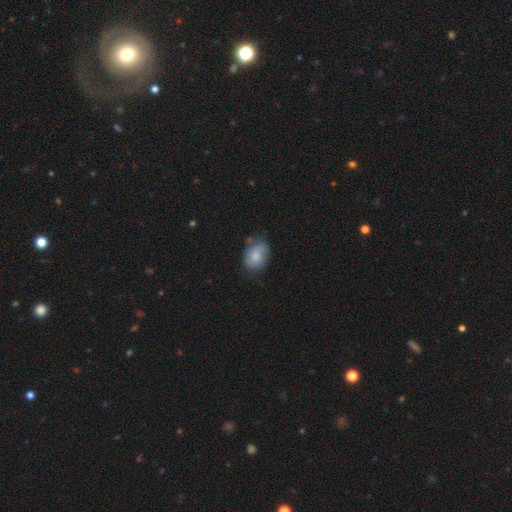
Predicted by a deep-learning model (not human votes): Overall: smooth (75%). How rounded: in between (71%). Merging: none (62%; minor disturbance 27%).